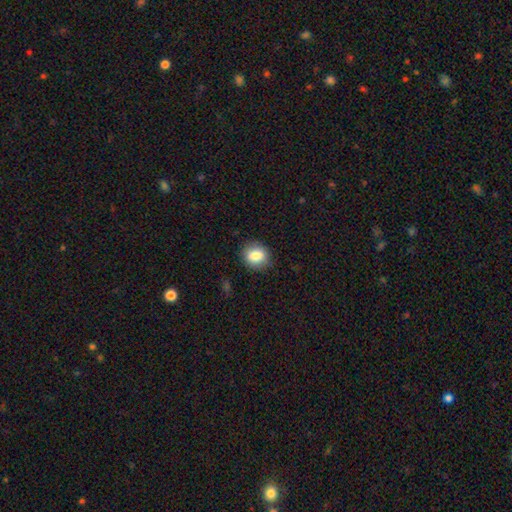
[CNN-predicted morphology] smooth-or-featured: smooth: 83% | star or artifact: 9% | featured or disk: 9%
  how-rounded: round: 72% | in between: 27% | cigar-shaped: 1%
  merging: none: 86% | minor disturbance: 10% | major disturbance: 3% | merger: 1%